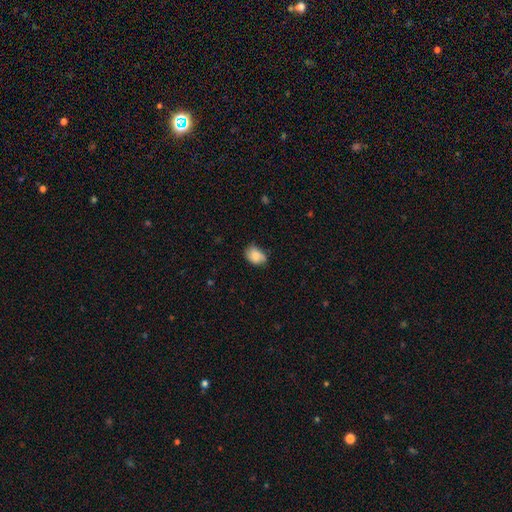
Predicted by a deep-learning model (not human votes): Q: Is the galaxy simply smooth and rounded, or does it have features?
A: smooth — 81%.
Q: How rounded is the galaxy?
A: in between — 72%.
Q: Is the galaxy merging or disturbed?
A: none — 62%.